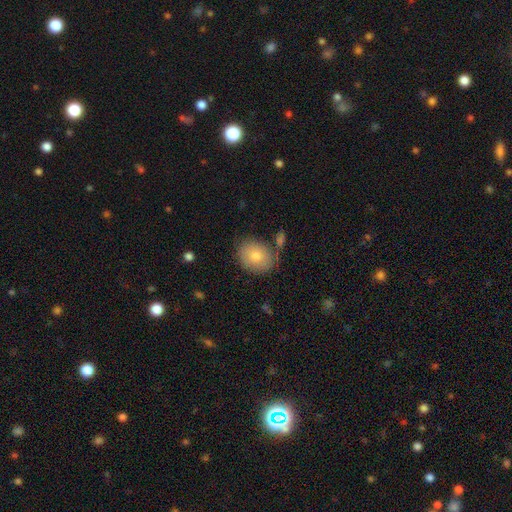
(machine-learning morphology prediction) type=smooth (76%); roundness=round (59%); merging=none (76%).